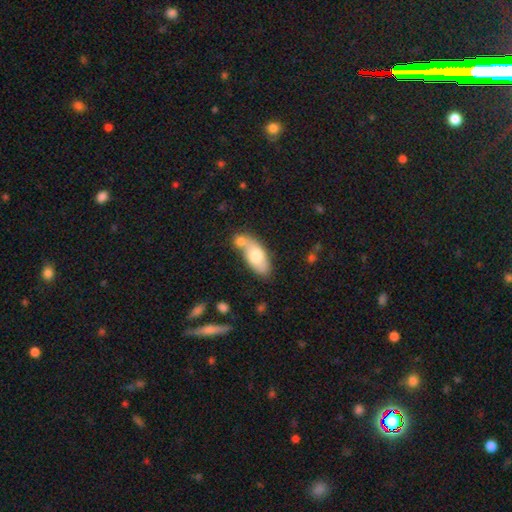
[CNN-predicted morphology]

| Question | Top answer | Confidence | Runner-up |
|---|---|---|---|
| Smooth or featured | smooth | 71% | featured or disk (23%) |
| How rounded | in between | 86% | cigar-shaped (10%) |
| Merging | none | 43% | merger (37%) |